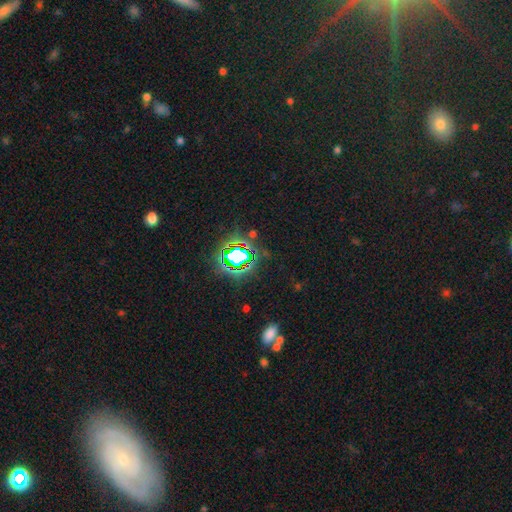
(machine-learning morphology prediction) This appears to be a star or artifact, not a galaxy (73%).